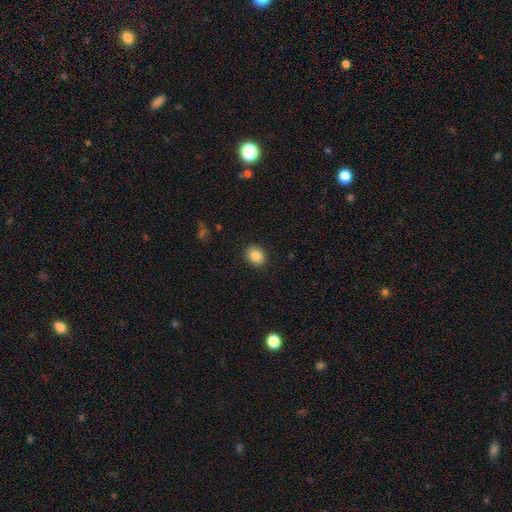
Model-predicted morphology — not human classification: smooth 86%, star or artifact 9%, featured or disk 5%. Down the decision tree: how rounded — round (53%); merging — none (90%).